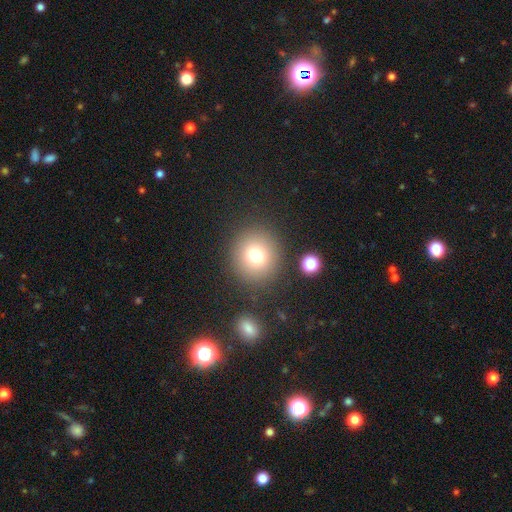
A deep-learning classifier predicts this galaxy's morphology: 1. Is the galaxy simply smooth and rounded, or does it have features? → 75% smooth, 14% star or artifact, 10% featured or disk.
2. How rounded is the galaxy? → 89% round, 10% in between, 1% cigar-shaped.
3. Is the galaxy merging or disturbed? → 85% none, 7% minor disturbance, 4% major disturbance, 4% merger.